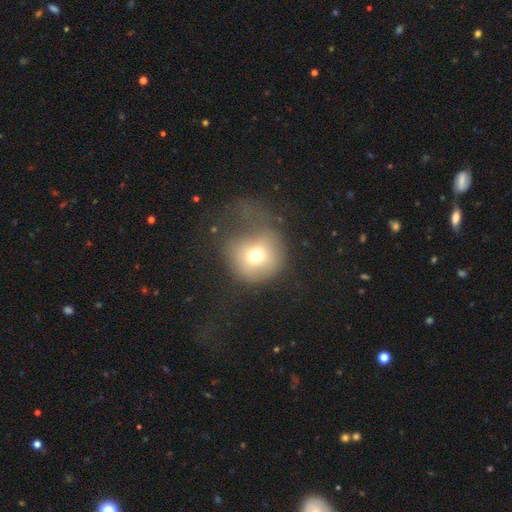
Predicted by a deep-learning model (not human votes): smooth 69%, featured or disk 17%, star or artifact 14%. Down the decision tree: how rounded — round (87%); merging — major disturbance (44%).